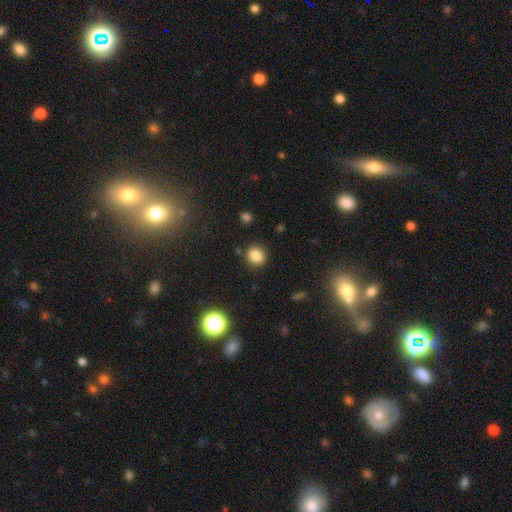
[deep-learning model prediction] smooth_or_featured: smooth (p=0.83) [alt: star or artifact p=0.12]
how_rounded: round (p=0.77) [alt: in between p=0.22]
merging: none (p=0.85) [alt: minor disturbance p=0.09]